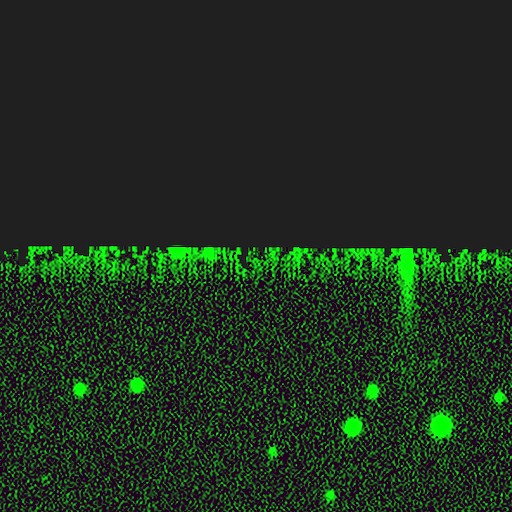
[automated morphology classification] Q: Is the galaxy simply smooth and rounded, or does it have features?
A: star or artifact — 84%.